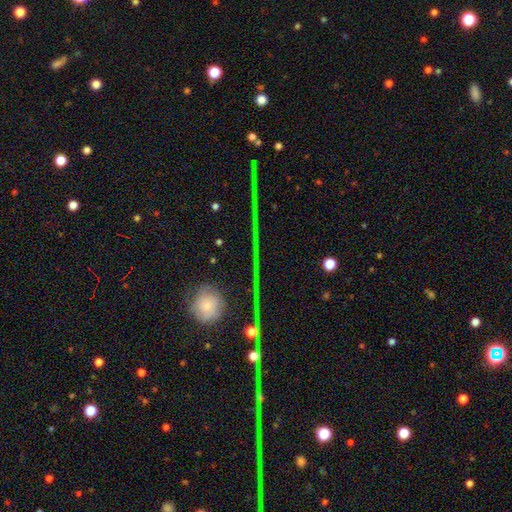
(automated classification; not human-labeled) Smooth or featured? Predicted: star or artifact (p=0.69).